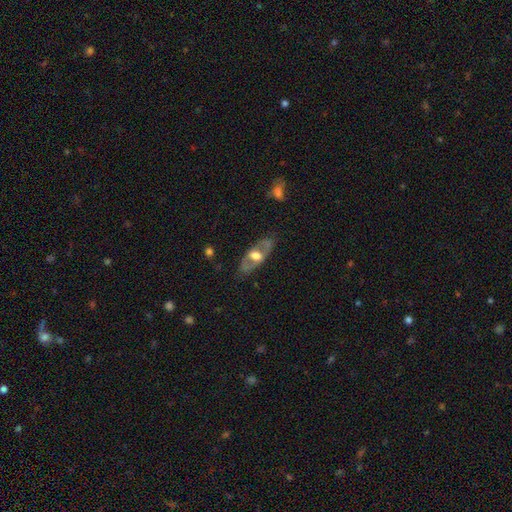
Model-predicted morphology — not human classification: The model was most divided on "smooth or featured": featured or disk: 61%, smooth: 34%, star or artifact: 6%. More confident: merging — none (78%); edge-on disk — no (70%).